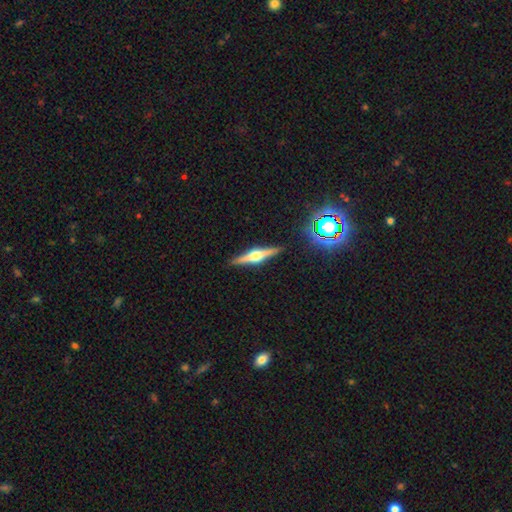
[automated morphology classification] Smooth or featured: featured or disk — 79% (smooth — 14%)
Edge-on disk: yes — 98% (no — 2%)
Edge-on bulge: rounded — 94% (boxy — 5%)
Merging: none — 91% (minor disturbance — 6%)